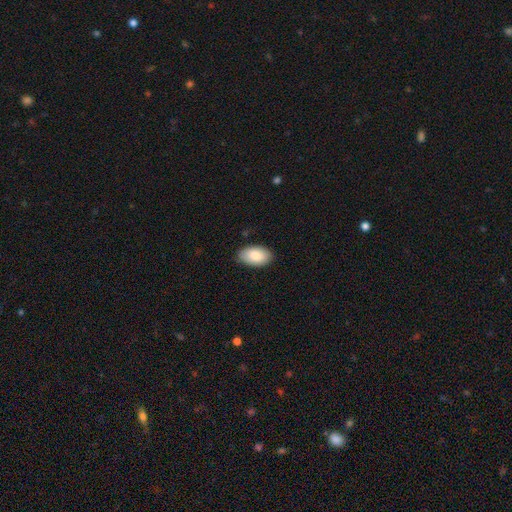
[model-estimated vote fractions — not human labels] smooth_or_featured: smooth (p=0.86) [alt: featured or disk p=0.07]
how_rounded: in between (p=0.95) [alt: round p=0.04]
merging: none (p=0.85) [alt: minor disturbance p=0.12]